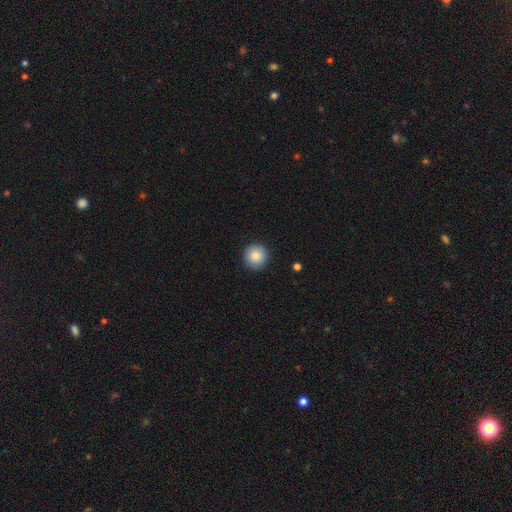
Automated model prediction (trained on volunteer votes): A smooth galaxy with no disk features (86%) that is round (95%). Merging: none (90%).